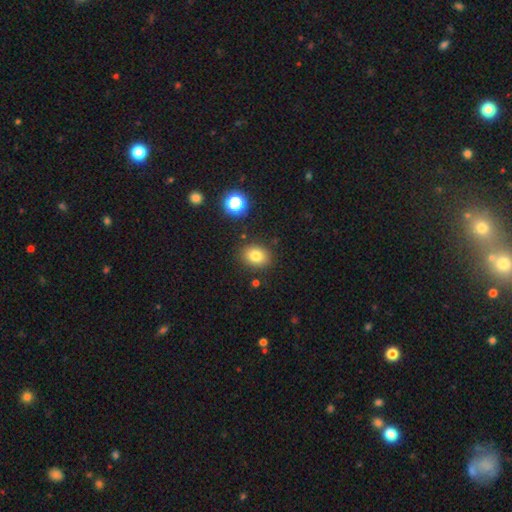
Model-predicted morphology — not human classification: This is likely a smooth galaxy (80%). How rounded: possibly in between (57%). Merging: clearly none (85%).